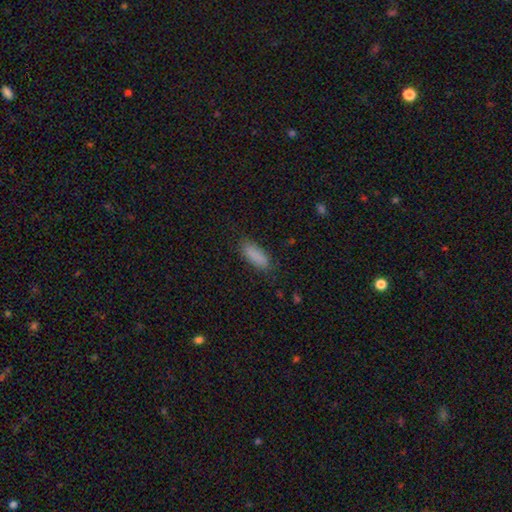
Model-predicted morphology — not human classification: A smooth galaxy with no disk features (87%) that is in between round and cigar-shaped (65%).

Vote fractions:
- Smooth or featured? smooth: 87% / star or artifact: 7% / featured or disk: 5%
- How rounded? in between: 65% / cigar-shaped: 33% / round: 2%
- Merging? none: 81% / minor disturbance: 14% / major disturbance: 3% / merger: 1%